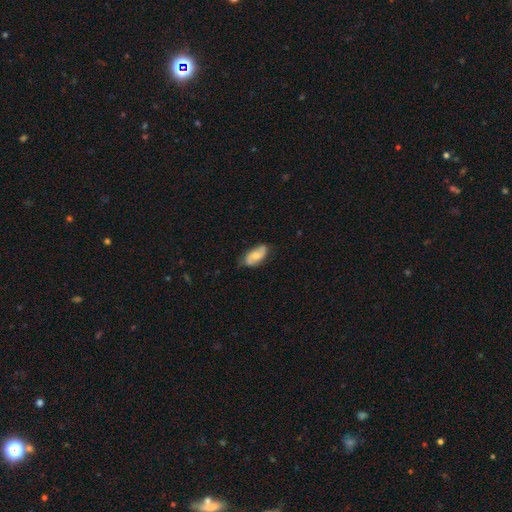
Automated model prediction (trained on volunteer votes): smooth-or-featured: smooth: 48% | featured or disk: 45% | star or artifact: 6%
  merging: none: 70% | minor disturbance: 24% | major disturbance: 4% | merger: 1%